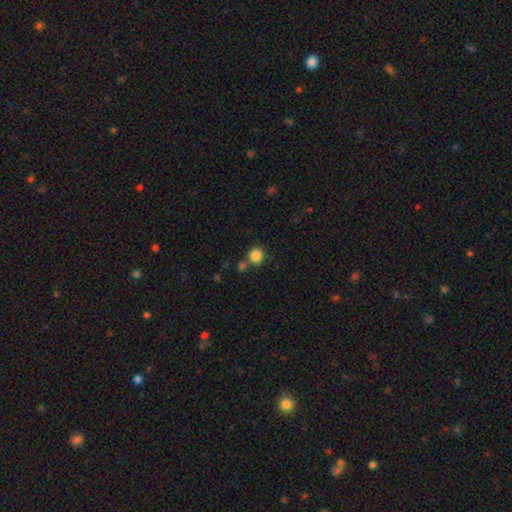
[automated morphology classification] Smooth or featured? smooth (85%)
How rounded? round (90%)
Merging? none (70%)